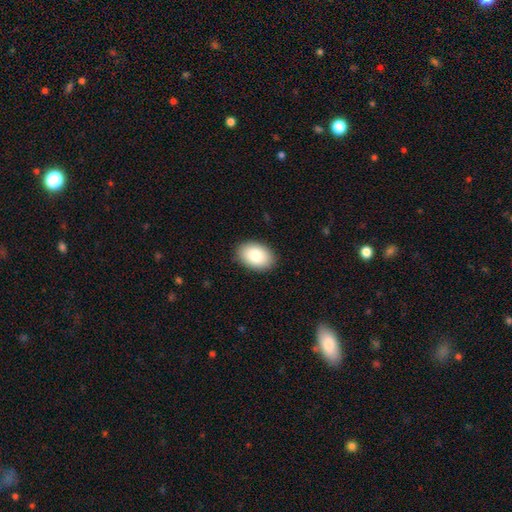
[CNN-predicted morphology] Smooth or featured? smooth (86%)
How rounded? in between (87%)
Merging? none (89%)